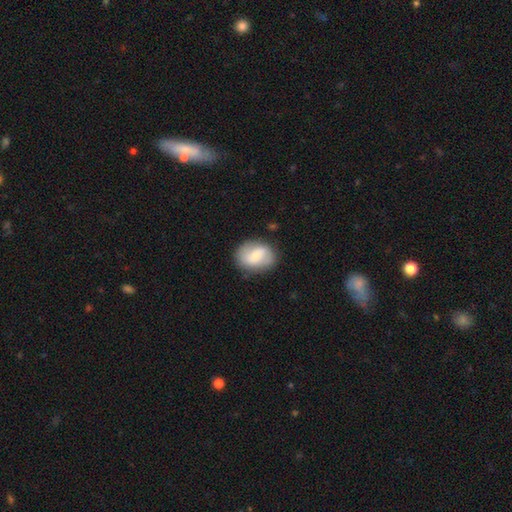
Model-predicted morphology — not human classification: A smooth galaxy with no disk features (50%) that is in between round and cigar-shaped (58%).

Vote fractions:
- Smooth or featured? smooth: 50% / featured or disk: 43% / star or artifact: 7%
- How rounded? in between: 58% / round: 41% / cigar-shaped: 2%
- Merging? none: 78% / minor disturbance: 15% / major disturbance: 5% / merger: 2%